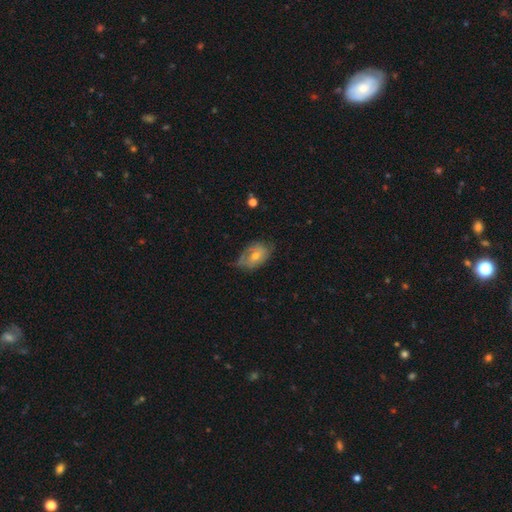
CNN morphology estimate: smooth_or_featured: featured or disk (p=0.55) [alt: smooth p=0.35]
disk_edge_on: no (p=0.94) [alt: yes p=0.06]
bar: no (p=0.70) [alt: weak p=0.25]
has_spiral_arms: yes (p=0.71) [alt: no p=0.29]
bulge_size: moderate (p=0.56) [alt: small p=0.39]
merging: none (p=0.56) [alt: minor disturbance p=0.31]